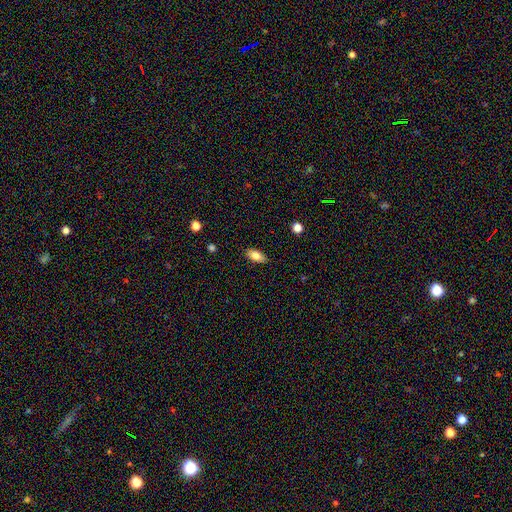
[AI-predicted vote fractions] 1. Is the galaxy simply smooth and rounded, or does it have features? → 81% smooth, 11% featured or disk, 8% star or artifact.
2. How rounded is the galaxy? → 89% in between, 7% cigar-shaped, 4% round.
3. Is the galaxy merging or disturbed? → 83% none, 14% minor disturbance, 2% major disturbance, 1% merger.